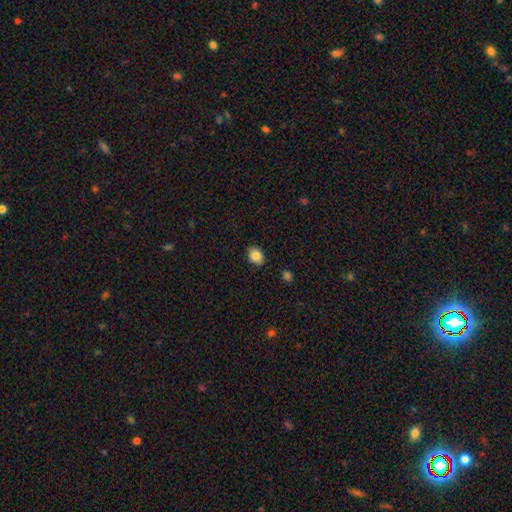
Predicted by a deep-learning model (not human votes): Smooth or featured? smooth (84%)
How rounded? in between (67%)
Merging? none (86%)